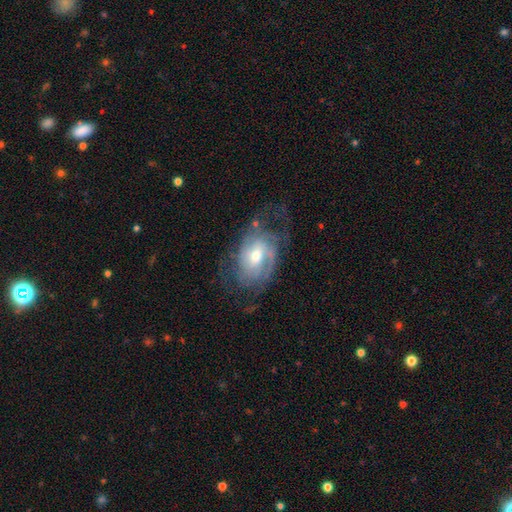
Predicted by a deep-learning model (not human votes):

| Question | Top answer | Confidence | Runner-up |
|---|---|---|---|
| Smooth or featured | featured or disk | 78% | smooth (16%) |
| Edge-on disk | no | 95% | yes (5%) |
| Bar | no | 48% | weak (42%) |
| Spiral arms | yes | 88% | no (12%) |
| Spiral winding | tight | 47% | medium (37%) |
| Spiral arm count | can't tell | 38% | 2 (37%) |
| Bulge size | moderate | 57% | small (36%) |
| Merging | none | 53% | major disturbance (23%) |